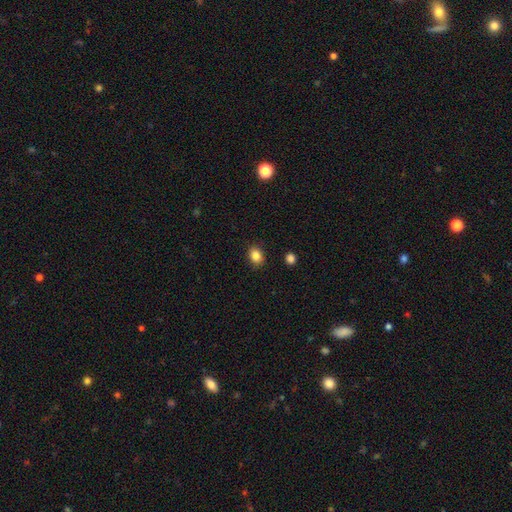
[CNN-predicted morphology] A smooth galaxy with no disk features (84%) that is in between round and cigar-shaped (55%).

Vote fractions:
- Smooth or featured? smooth: 84% / star or artifact: 10% / featured or disk: 5%
- How rounded? in between: 55% / round: 44% / cigar-shaped: 1%
- Merging? none: 88% / minor disturbance: 8% / major disturbance: 2% / merger: 2%